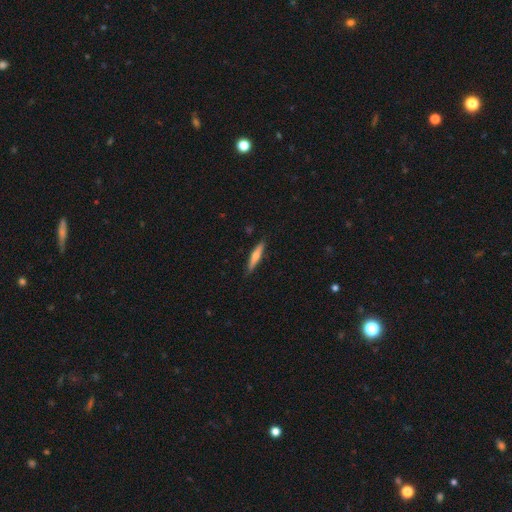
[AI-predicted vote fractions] Smooth or featured: smooth — 52% (featured or disk — 43%)
How rounded: cigar-shaped — 88% (in between — 10%)
Merging: none — 87% (minor disturbance — 10%)